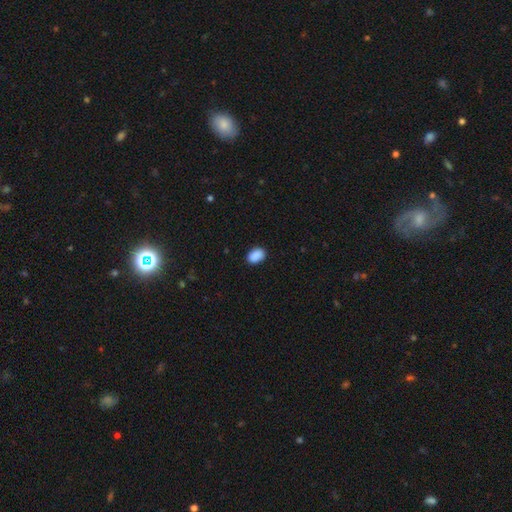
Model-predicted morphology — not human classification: smooth_or_featured: smooth (p=0.90) [alt: star or artifact p=0.08]
how_rounded: in between (p=0.83) [alt: round p=0.15]
merging: none (p=0.88) [alt: minor disturbance p=0.09]